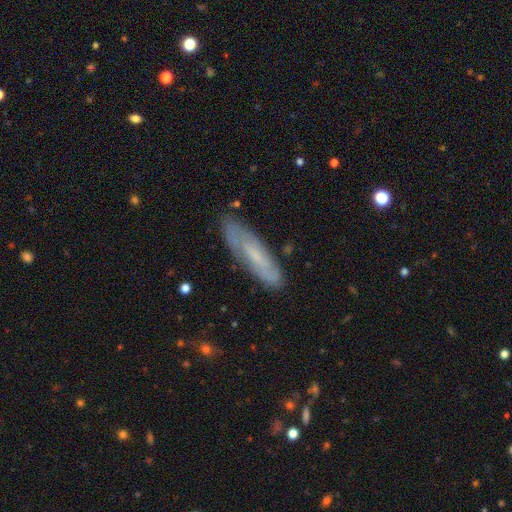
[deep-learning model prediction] Smooth or featured?
  - featured or disk: 47% *
  - smooth: 45%
  - star or artifact: 8%
Merging?
  - none: 81% *
  - minor disturbance: 14%
  - major disturbance: 3%
  - merger: 2%